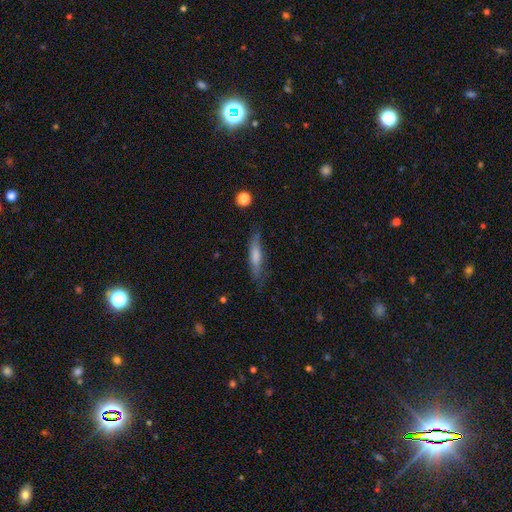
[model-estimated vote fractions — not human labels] smooth-or-featured: smooth: 65% | featured or disk: 28% | star or artifact: 7%
  how-rounded: cigar-shaped: 76% | in between: 22% | round: 2%
  merging: none: 66% | minor disturbance: 24% | major disturbance: 8% | merger: 2%